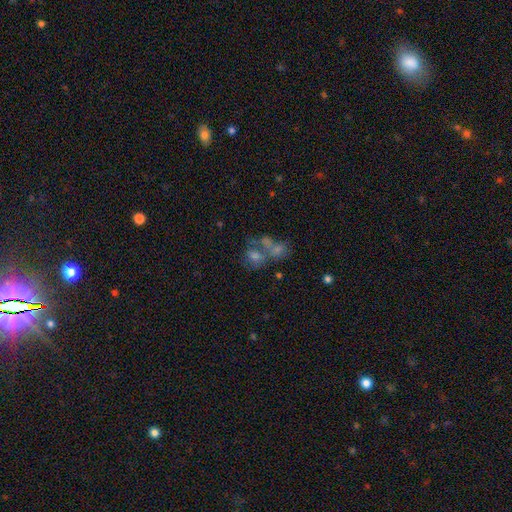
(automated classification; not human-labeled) Smooth or featured?
  - smooth: 44% *
  - featured or disk: 33%
  - star or artifact: 23%
Merging?
  - merger: 51% *
  - none: 29%
  - major disturbance: 10%
  - minor disturbance: 10%